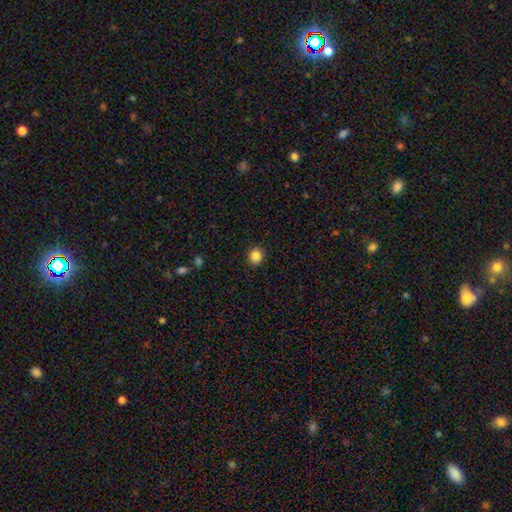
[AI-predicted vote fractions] A smooth galaxy with no disk features (85%) that is round (77%). Merging: none (90%).